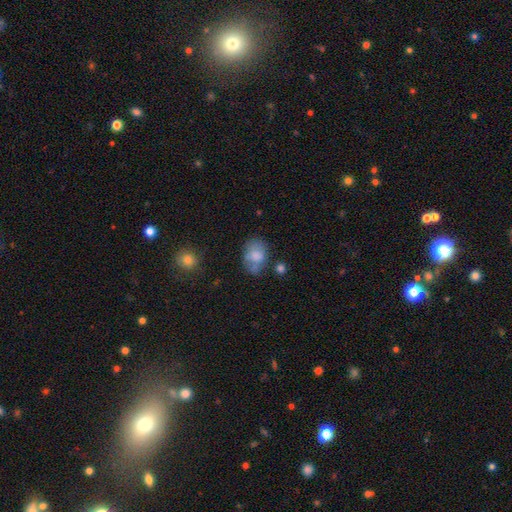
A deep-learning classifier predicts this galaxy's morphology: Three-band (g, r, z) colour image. It shows a smooth galaxy with no disk features (69%) that is in between round and cigar-shaped (73%). Merging: none (47%).